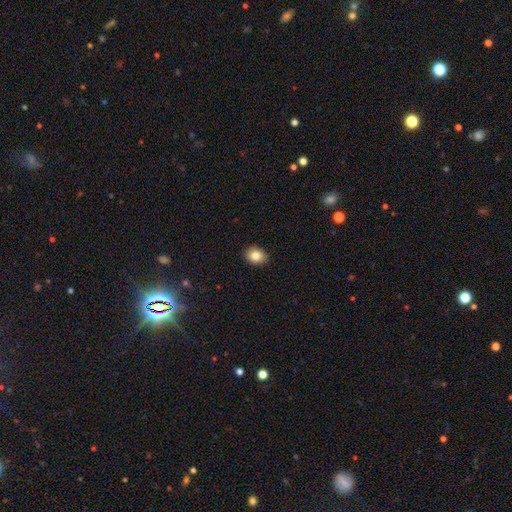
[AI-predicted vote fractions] Overall: smooth (83%). How rounded: in between (51%; round 48%). Merging: none (89%).